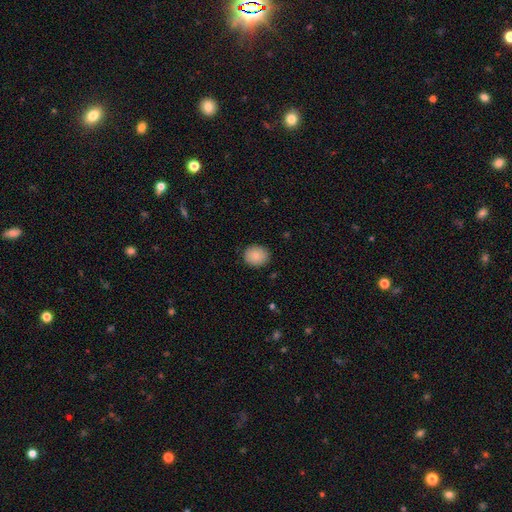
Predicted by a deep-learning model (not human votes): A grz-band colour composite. It shows a smooth galaxy with no disk features (86%) that is round (73%). Merging: none (89%).